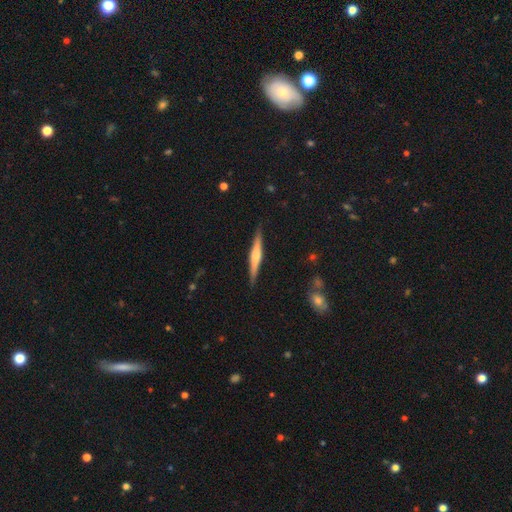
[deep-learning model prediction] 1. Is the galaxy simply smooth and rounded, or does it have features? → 61% featured or disk, 33% smooth, 5% star or artifact.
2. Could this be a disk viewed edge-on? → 98% yes, 2% no.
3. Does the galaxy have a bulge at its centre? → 67% rounded, 20% boxy, 14% none.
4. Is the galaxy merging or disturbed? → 89% none, 8% minor disturbance, 2% major disturbance, 1% merger.